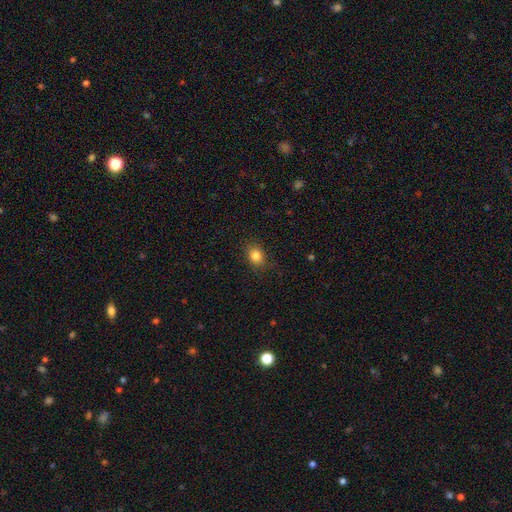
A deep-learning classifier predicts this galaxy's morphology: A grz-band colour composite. It shows a smooth galaxy with no disk features (84%) that is round (51%). Merging: none (85%).